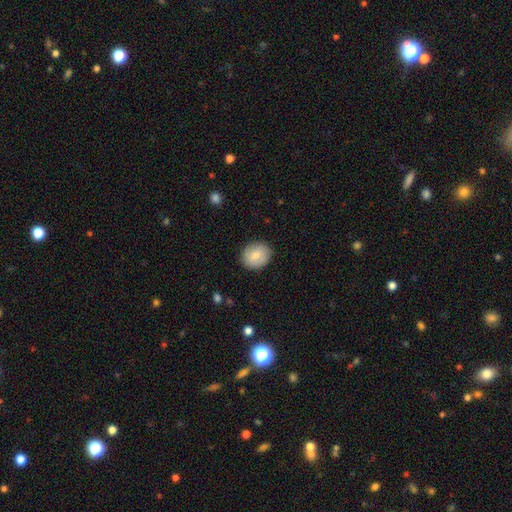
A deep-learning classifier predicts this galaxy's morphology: A smooth galaxy with no disk features (81%) that is round (67%).

Vote fractions:
- Smooth or featured? smooth: 81% / featured or disk: 13% / star or artifact: 7%
- How rounded? round: 67% / in between: 32% / cigar-shaped: 1%
- Merging? none: 87% / minor disturbance: 10% / major disturbance: 2% / merger: 1%